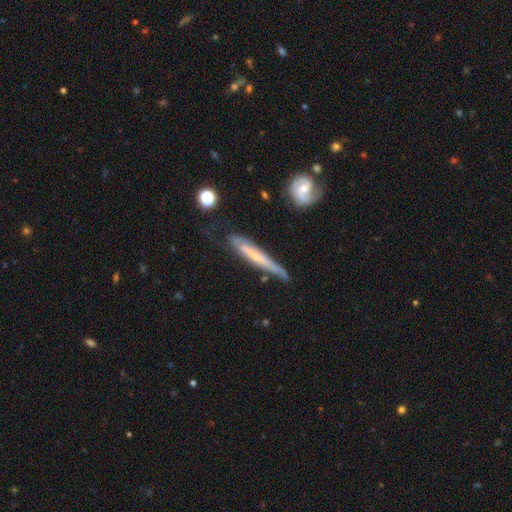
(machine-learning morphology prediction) type=featured or disk (56%); edge-on=yes (76%); merging=none (53%).